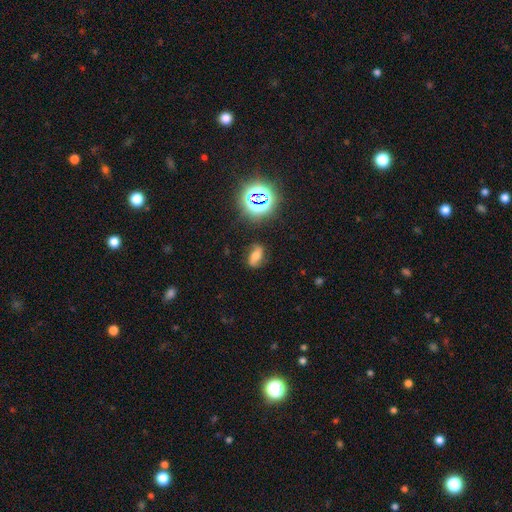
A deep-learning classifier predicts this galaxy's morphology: smooth-or-featured: featured or disk: 52% | smooth: 29% | star or artifact: 20%
  disk-edge-on: no: 93% | yes: 7%
  merging: none: 75% | minor disturbance: 17% | major disturbance: 6% | merger: 2%